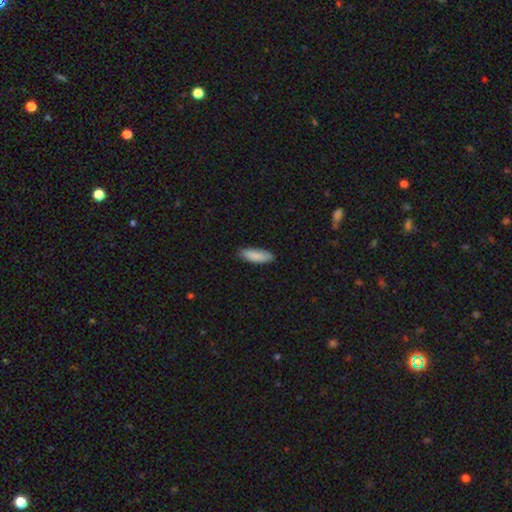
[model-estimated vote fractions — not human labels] Overall: smooth (88%). How rounded: in between (57%; cigar-shaped 41%). Merging: none (84%).